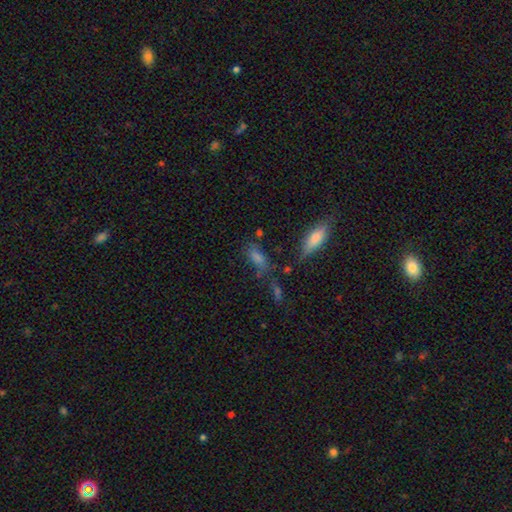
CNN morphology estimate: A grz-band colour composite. It shows a smooth galaxy with no disk features (72%) that is in between round and cigar-shaped (70%). Merging: none (52%).